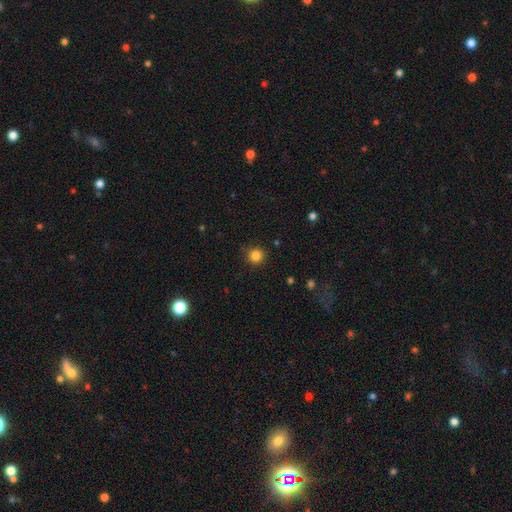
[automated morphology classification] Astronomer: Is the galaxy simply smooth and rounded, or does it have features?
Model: smooth — 84%.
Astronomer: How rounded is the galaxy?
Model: round — 94%.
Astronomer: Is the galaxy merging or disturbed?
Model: none — 89%.